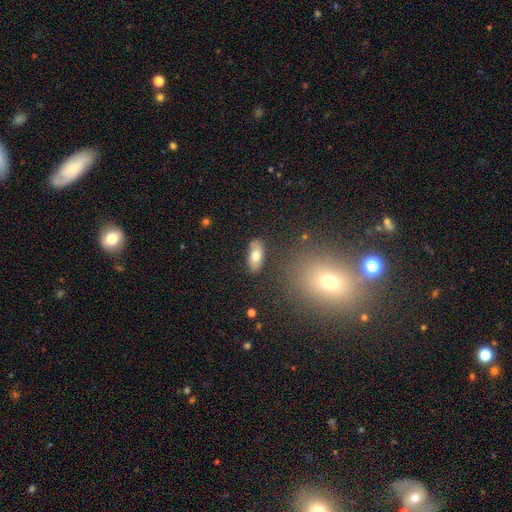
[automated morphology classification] smooth-or-featured: smooth: 73% | featured or disk: 19% | star or artifact: 7%
  how-rounded: in between: 88% | cigar-shaped: 8% | round: 4%
  merging: none: 82% | minor disturbance: 12% | major disturbance: 3% | merger: 3%